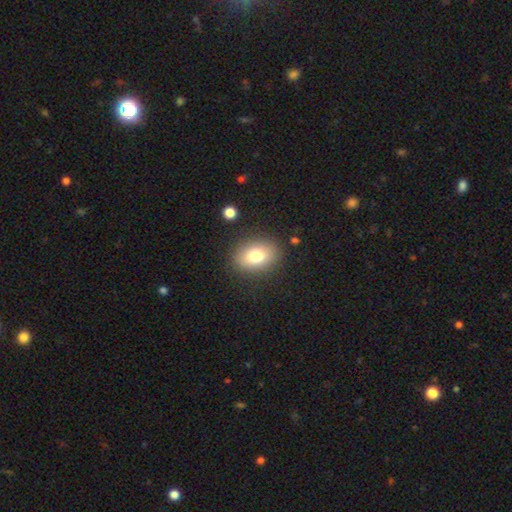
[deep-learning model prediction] Morphology: type=smooth (77%); roundness=in between (69%); merging=none (86%).